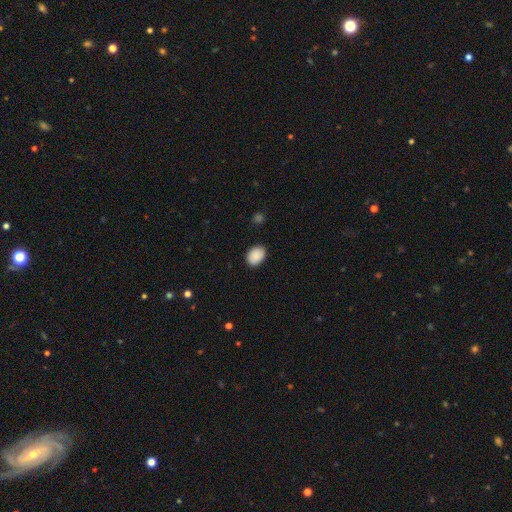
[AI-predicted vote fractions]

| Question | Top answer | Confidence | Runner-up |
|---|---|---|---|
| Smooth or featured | smooth | 90% | star or artifact (7%) |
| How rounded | in between | 72% | round (27%) |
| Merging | none | 86% | minor disturbance (11%) |